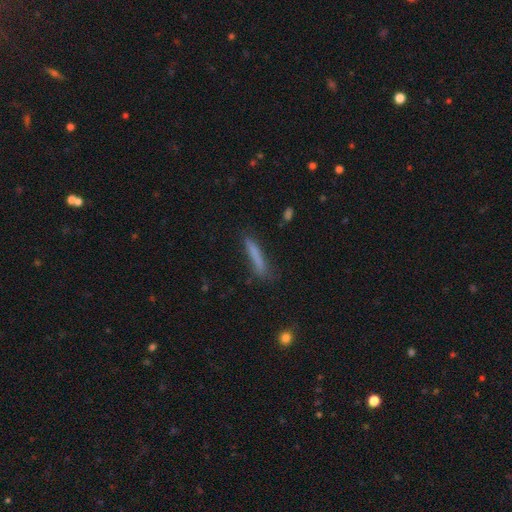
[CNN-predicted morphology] Smooth or featured? Predicted: smooth (p=0.73). How rounded? Predicted: cigar-shaped (p=0.93). Merging? Predicted: none (p=0.75).